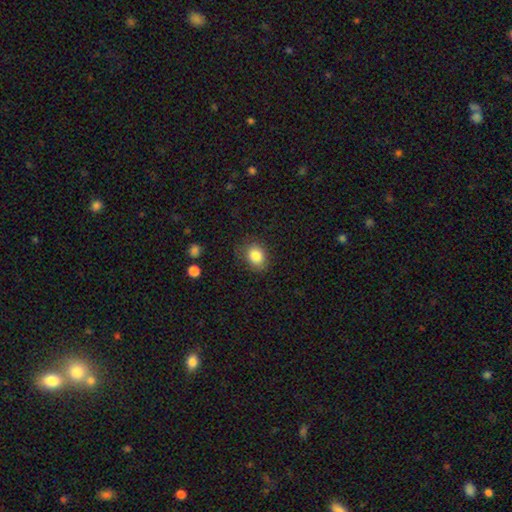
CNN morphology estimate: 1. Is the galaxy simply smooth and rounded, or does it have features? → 84% smooth, 9% star or artifact, 7% featured or disk.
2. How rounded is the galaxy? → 51% in between, 49% round, 1% cigar-shaped.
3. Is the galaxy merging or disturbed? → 80% none, 15% minor disturbance, 4% major disturbance, 1% merger.